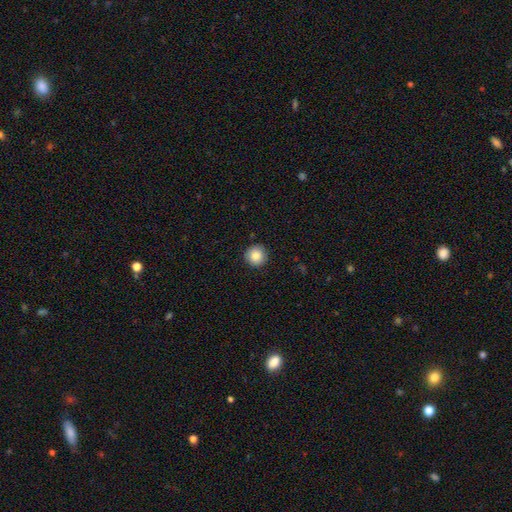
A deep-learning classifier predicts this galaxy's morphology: A smooth galaxy with no disk features (86%) that is round (95%). Merging: none (92%).